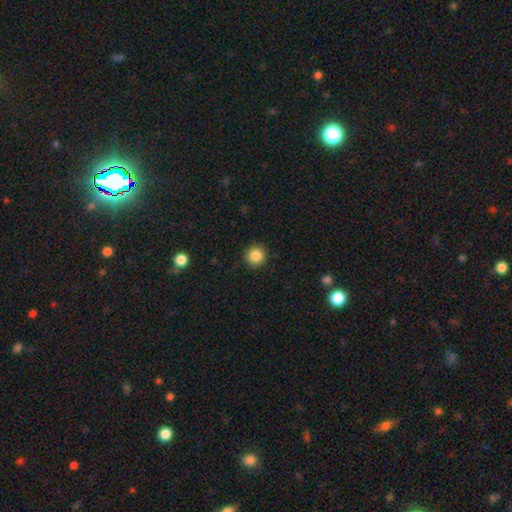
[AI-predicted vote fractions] Overall: smooth (86%). How rounded: round (94%). Merging: none (91%).